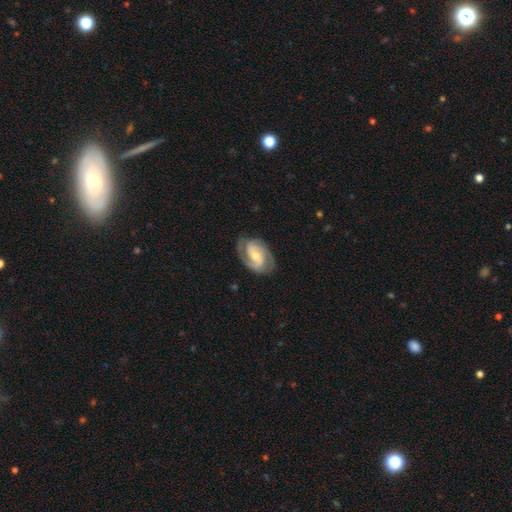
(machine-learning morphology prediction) This is clearly a featured or disk galaxy (86%). It is clearly not viewed edge-on (97%). Bar: marginally weak (43%). Spiral arm pattern: clearly yes (97%). Spiral arm count: likely 2 (78%). Spiral winding: possibly medium (45%, tied with tight). Central bulge: possibly moderate (53%). Merging: likely none (78%).